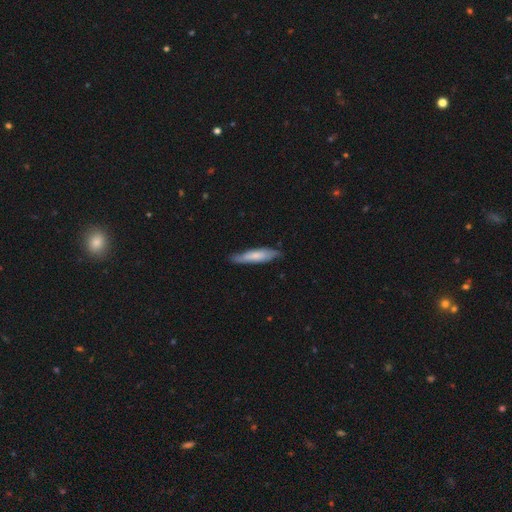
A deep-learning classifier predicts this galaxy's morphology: Smooth or featured? smooth (59%)
How rounded? cigar-shaped (76%)
Merging? none (75%)